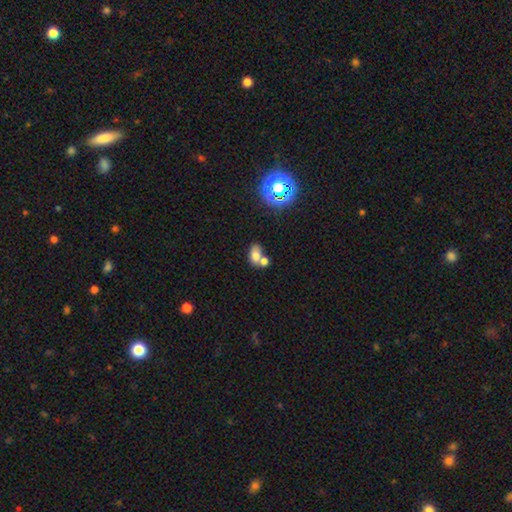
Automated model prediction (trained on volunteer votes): Smooth or featured? smooth (72%)
How rounded? in between (77%)
Merging? merger (54%)